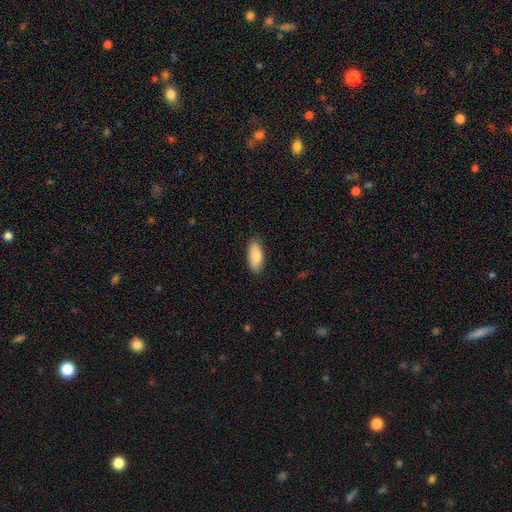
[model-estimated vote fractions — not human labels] smooth_or_featured: smooth (p=0.84) [alt: featured or disk p=0.10]
how_rounded: in between (p=0.88) [alt: cigar-shaped p=0.09]
merging: none (p=0.88) [alt: minor disturbance p=0.09]